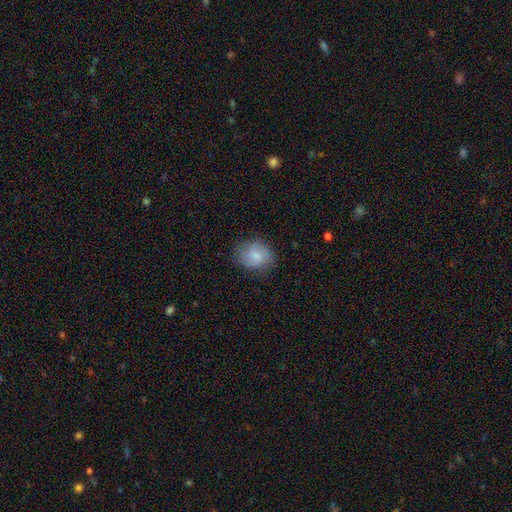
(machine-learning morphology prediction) This is likely a smooth galaxy (60%). How rounded: likely round (61%). Merging: likely none (71%).